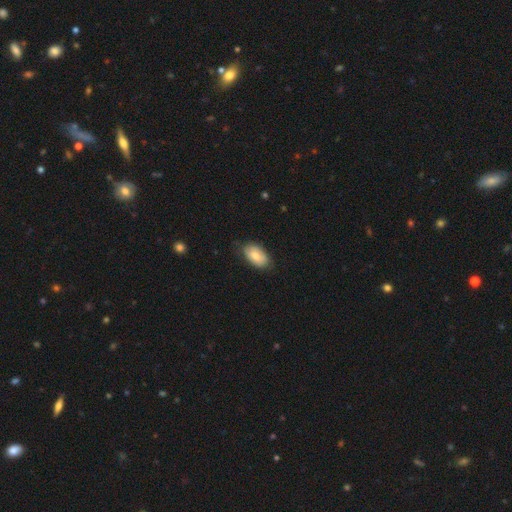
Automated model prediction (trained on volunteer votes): A smooth galaxy with no disk features (74%) that is in between round and cigar-shaped (94%).

Vote fractions:
- Smooth or featured? smooth: 74% / featured or disk: 20% / star or artifact: 6%
- How rounded? in between: 94% / round: 5% / cigar-shaped: 2%
- Merging? none: 75% / minor disturbance: 20% / major disturbance: 4% / merger: 1%